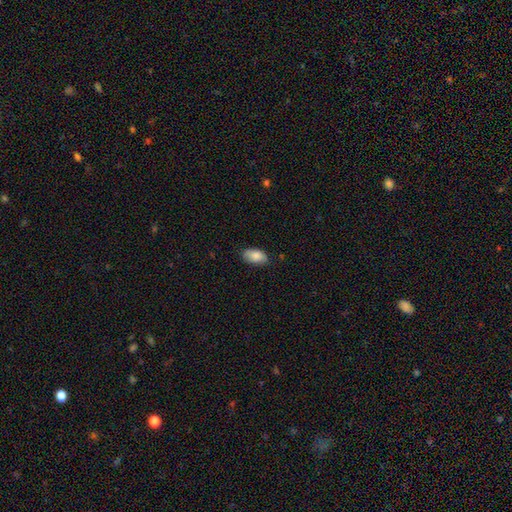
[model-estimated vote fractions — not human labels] Q: Smooth or featured?
A: smooth (85%); runner-up: featured or disk (8%)
Q: How rounded?
A: in between (94%); runner-up: round (4%)
Q: Merging?
A: none (78%); runner-up: minor disturbance (18%)